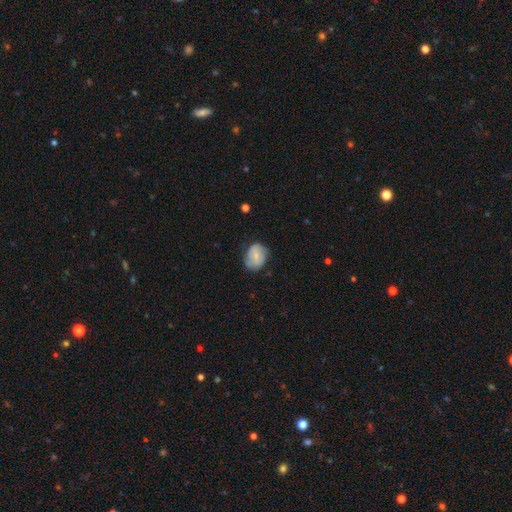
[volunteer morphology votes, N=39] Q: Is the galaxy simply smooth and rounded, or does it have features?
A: featured or disk — 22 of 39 (56%).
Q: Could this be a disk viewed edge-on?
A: no — 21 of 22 (95%).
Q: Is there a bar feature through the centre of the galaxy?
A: strong — 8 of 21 (38%, tied with weak).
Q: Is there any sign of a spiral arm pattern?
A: yes — 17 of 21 (81%).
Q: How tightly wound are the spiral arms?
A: medium — 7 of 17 (41%).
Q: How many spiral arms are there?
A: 2 — 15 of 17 (88%).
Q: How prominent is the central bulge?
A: small — 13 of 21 (62%).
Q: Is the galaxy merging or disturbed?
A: none — 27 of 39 (69%).